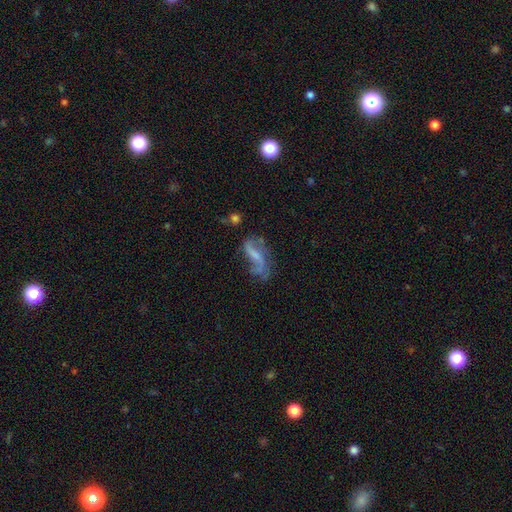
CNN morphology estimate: A featured or disk galaxy (71%) with a weak bar (41%), 2 (80%) loose (75%) spiral arms (83%) and a small central bulge (39%).

Vote fractions:
- Smooth or featured? featured or disk: 71% / smooth: 20% / star or artifact: 9%
- Edge-on disk? no: 91% / yes: 9%
- Bar? weak: 41% / no: 37% / strong: 22%
- Spiral arms? yes: 83% / no: 17%
- Spiral winding? loose: 75% / medium: 19% / tight: 6%
- Spiral arm count? 2: 80% / 1: 8% / can't tell: 8% / 3: 2% / 4: 1% / more than 4: 1%
- Bulge size? small: 39% / none: 32% / moderate: 24% / large: 4% / dominant: 1%
- Merging? none: 45% / major disturbance: 24% / minor disturbance: 24% / merger: 7%